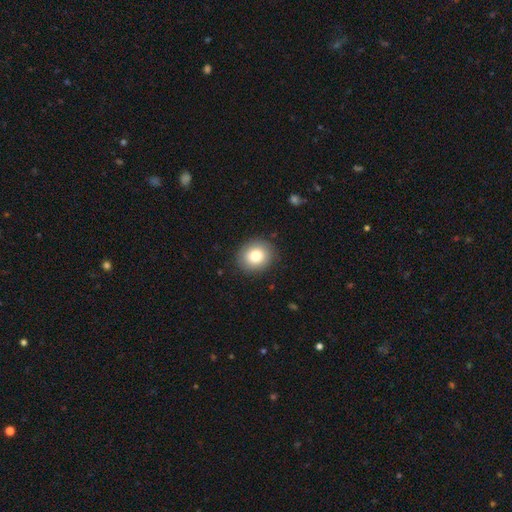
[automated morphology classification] A smooth galaxy with no disk features (80%) that is round (74%). Merging: none (88%).